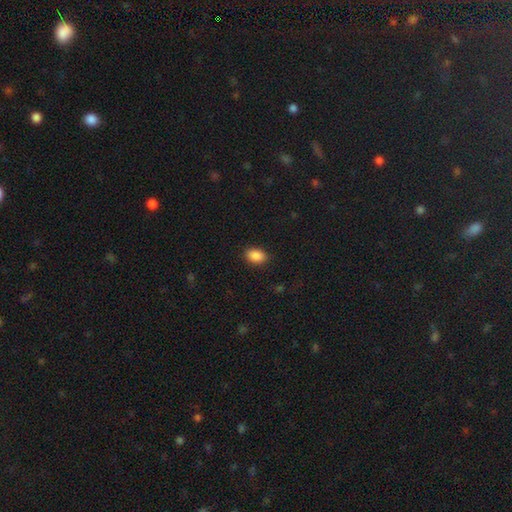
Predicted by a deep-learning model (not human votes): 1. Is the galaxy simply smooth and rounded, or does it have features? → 89% smooth, 8% star or artifact, 3% featured or disk.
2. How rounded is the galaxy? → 85% in between, 13% round, 1% cigar-shaped.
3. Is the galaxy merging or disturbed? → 88% none, 9% minor disturbance, 3% major disturbance, 1% merger.